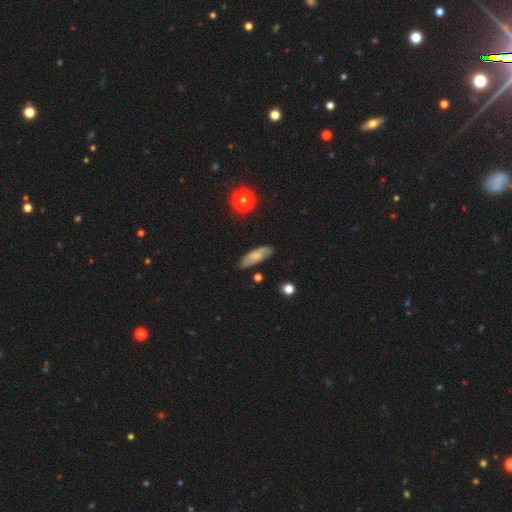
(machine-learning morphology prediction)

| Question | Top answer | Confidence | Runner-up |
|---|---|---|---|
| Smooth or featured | smooth | 53% | featured or disk (39%) |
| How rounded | in between | 71% | cigar-shaped (26%) |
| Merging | none | 79% | minor disturbance (15%) |